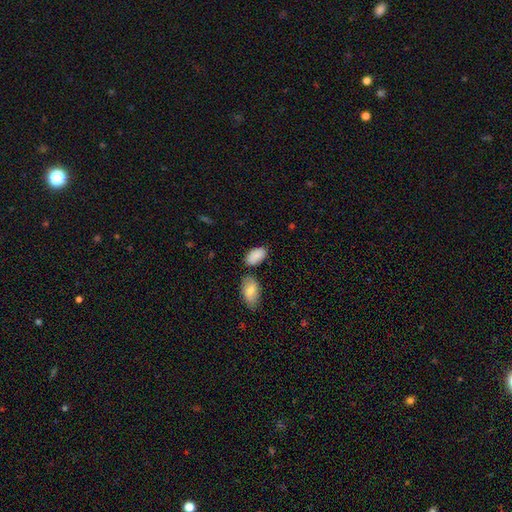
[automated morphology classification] smooth 88%, star or artifact 7%, featured or disk 5%. Down the decision tree: how rounded — in between (95%); merging — none (68%).